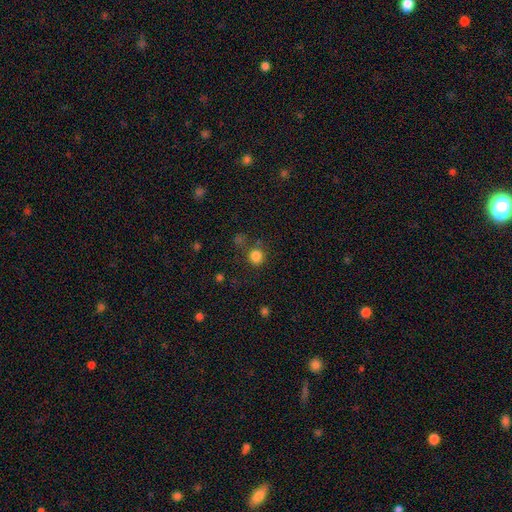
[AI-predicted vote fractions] A smooth galaxy with no disk features (82%) that is round (87%). Merging: none (76%).